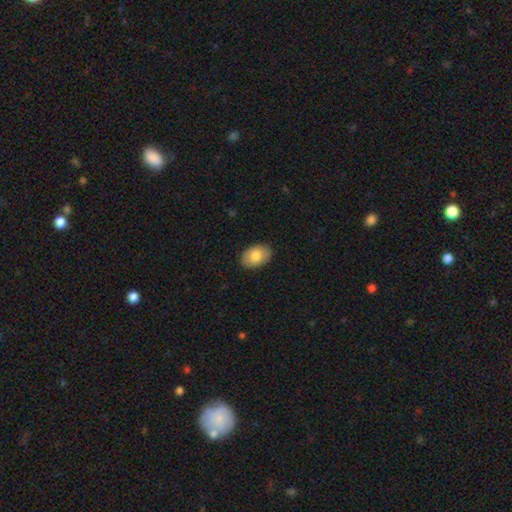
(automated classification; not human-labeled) Smooth or featured: smooth — 81% (featured or disk — 13%)
How rounded: in between — 86% (round — 13%)
Merging: none — 87% (minor disturbance — 10%)